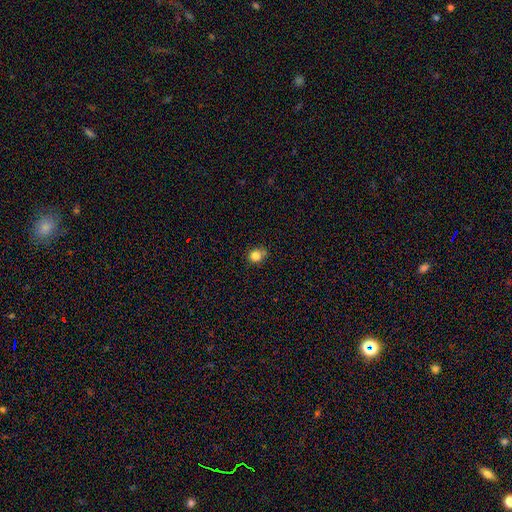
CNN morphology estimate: smooth_or_featured: smooth (p=0.82) [alt: star or artifact p=0.12]
how_rounded: round (p=0.81) [alt: in between p=0.18]
merging: none (p=0.67) [alt: minor disturbance p=0.21]